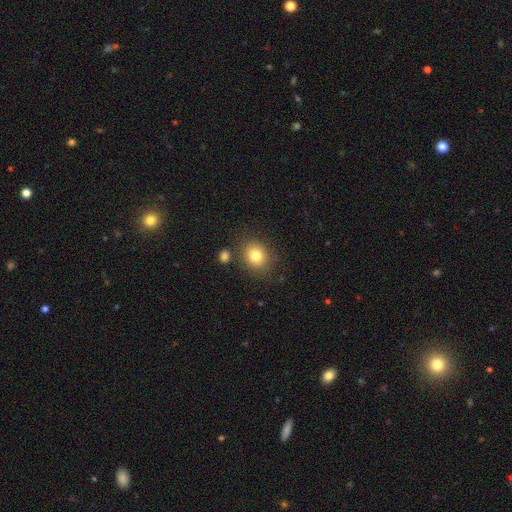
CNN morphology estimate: This is clearly a smooth galaxy (80%). How rounded: likely round (71%). Merging: likely none (78%).